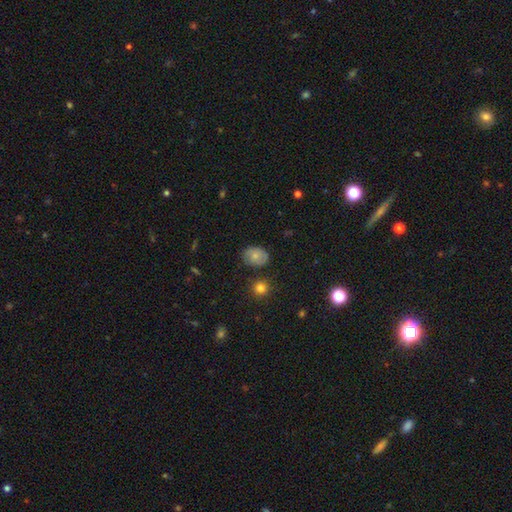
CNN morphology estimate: Q: Smooth or featured?
A: smooth (73%); runner-up: featured or disk (18%)
Q: How rounded?
A: in between (63%); runner-up: round (36%)
Q: Merging?
A: none (73%); runner-up: minor disturbance (20%)